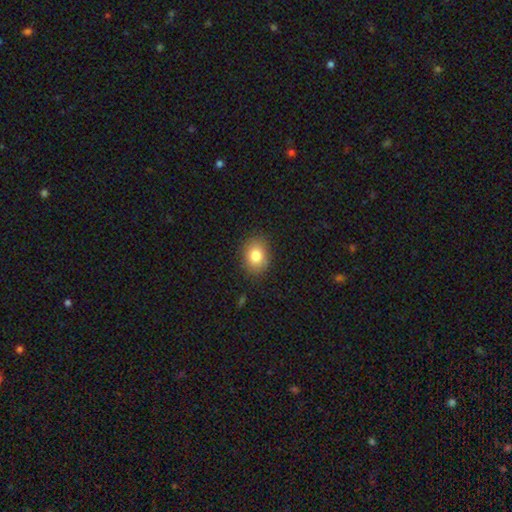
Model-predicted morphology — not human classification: The model was most divided on "how rounded": in between: 59%, round: 40%, cigar-shaped: 1%. More confident: merging — none (85%); smooth or featured — smooth (82%).